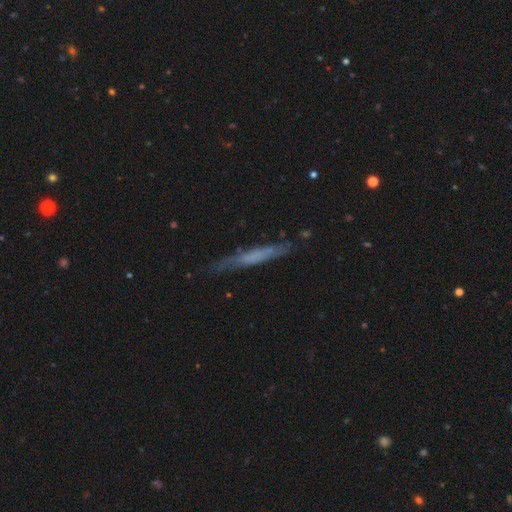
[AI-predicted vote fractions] smooth_or_featured: featured or disk (p=0.47) [alt: smooth p=0.45]
merging: none (p=0.74) [alt: minor disturbance p=0.19]